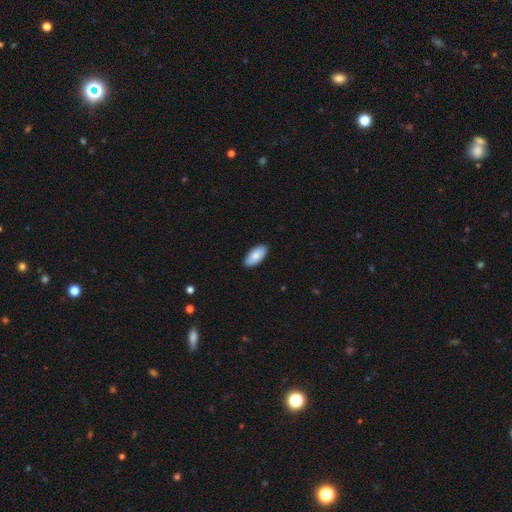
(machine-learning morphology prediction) type=smooth (87%); roundness=in between (92%); merging=none (89%).